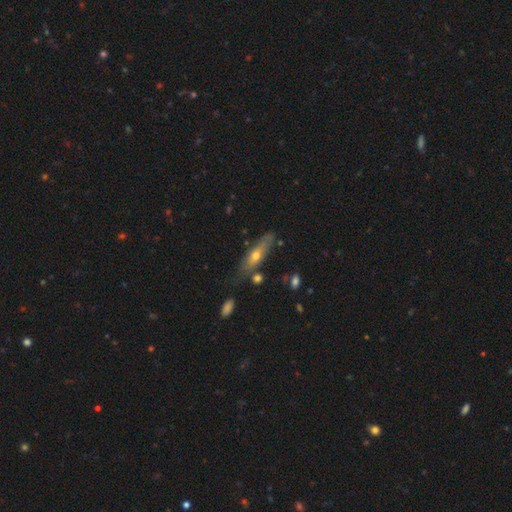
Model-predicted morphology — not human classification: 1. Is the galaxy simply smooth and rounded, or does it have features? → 47% smooth, 46% featured or disk, 7% star or artifact.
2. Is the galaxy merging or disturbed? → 65% none, 22% minor disturbance, 6% merger, 6% major disturbance.